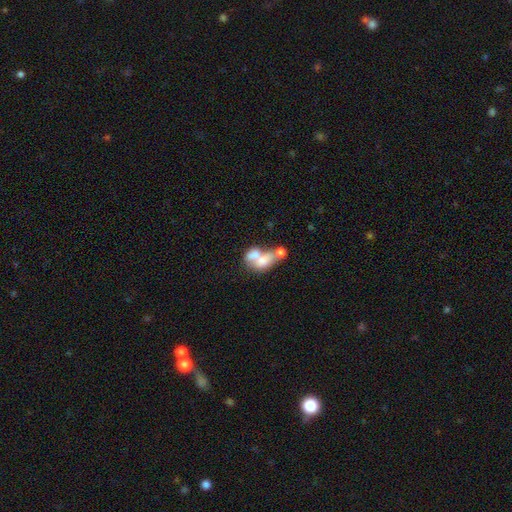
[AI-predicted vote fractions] Morphology: type=smooth (58%); roundness=in between (74%); merging=merger (70%).